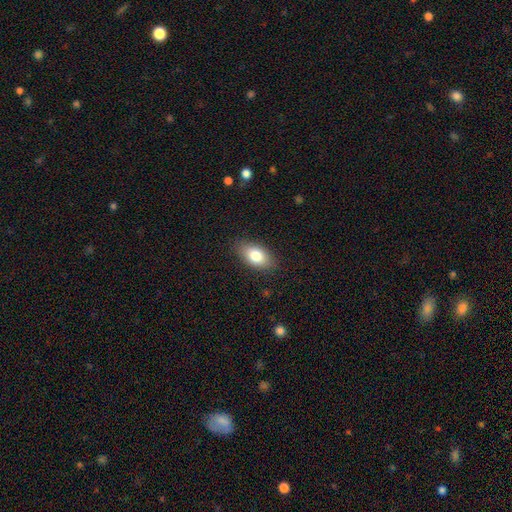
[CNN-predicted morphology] Q: Smooth or featured?
A: smooth (80%); runner-up: featured or disk (13%)
Q: How rounded?
A: in between (91%); runner-up: round (6%)
Q: Merging?
A: none (86%); runner-up: minor disturbance (11%)